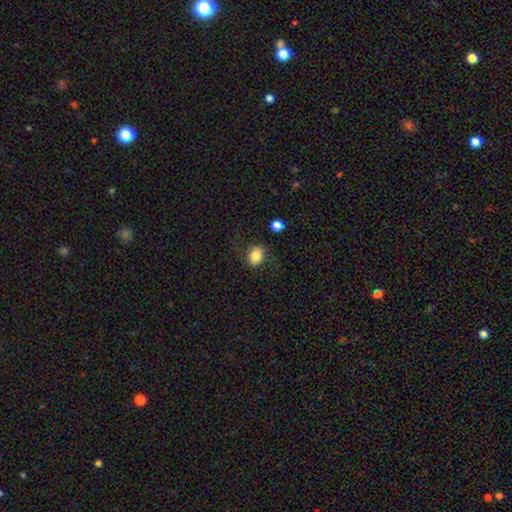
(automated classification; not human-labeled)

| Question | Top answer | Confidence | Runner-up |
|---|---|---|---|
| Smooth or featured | smooth | 80% | featured or disk (11%) |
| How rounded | in between | 51% | round (48%) |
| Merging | none | 73% | minor disturbance (16%) |